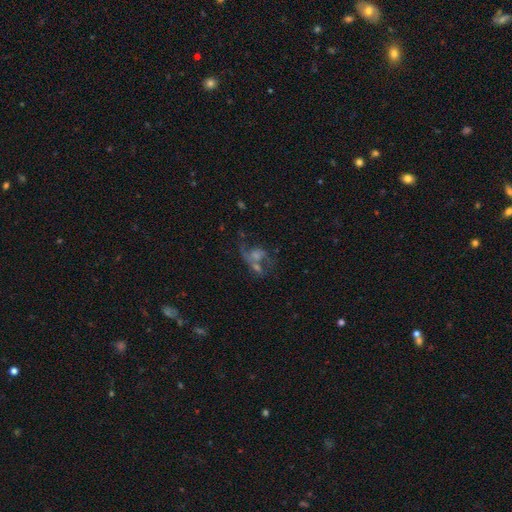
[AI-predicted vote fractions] Q: Smooth or featured?
A: featured or disk (57%); runner-up: star or artifact (22%)
Q: Edge-on disk?
A: no (96%); runner-up: yes (4%)
Q: Bar?
A: no (75%); runner-up: weak (20%)
Q: Spiral arms?
A: yes (62%); runner-up: no (38%)
Q: Bulge size?
A: small (32%); runner-up: none (29%)
Q: Merging?
A: none (31%); runner-up: merger (28%)